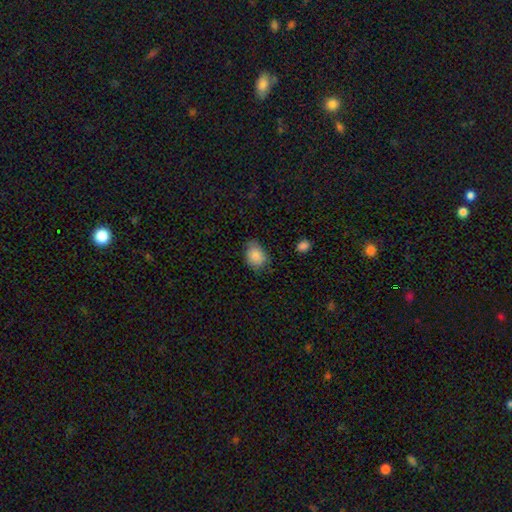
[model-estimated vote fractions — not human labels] This is clearly a smooth galaxy (86%). How rounded: likely in between (69%). Merging: likely none (63%).